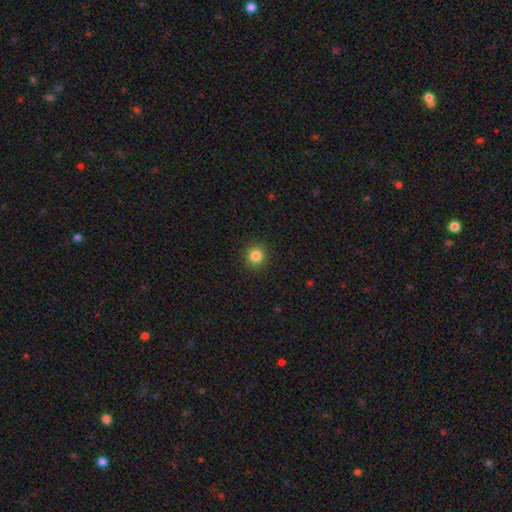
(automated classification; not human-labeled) A smooth galaxy with no disk features (84%) that is round (93%). Merging: none (91%).